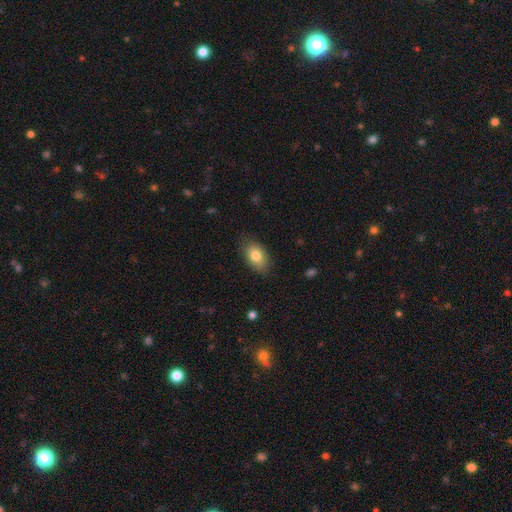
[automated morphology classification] This is likely a smooth galaxy (80%). How rounded: clearly in between (90%). Merging: clearly none (81%).